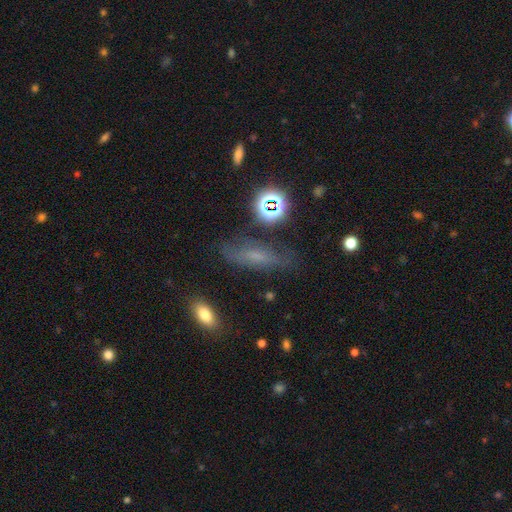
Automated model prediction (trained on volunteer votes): smooth_or_featured: smooth (p=0.45) [alt: featured or disk p=0.34]
merging: none (p=0.70) [alt: minor disturbance p=0.19]